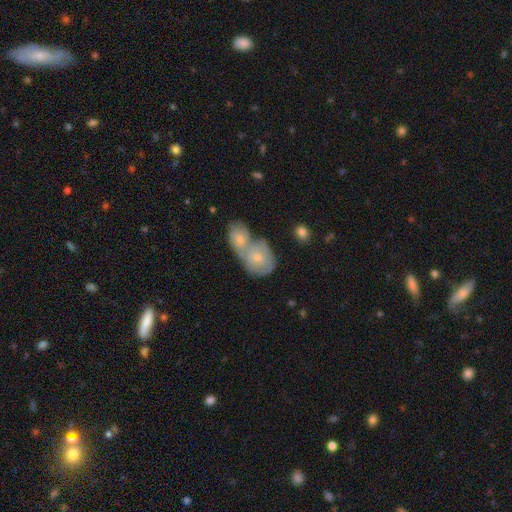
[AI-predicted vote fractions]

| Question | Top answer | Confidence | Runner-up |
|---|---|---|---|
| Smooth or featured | featured or disk | 52% | smooth (39%) |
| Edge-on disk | no | 95% | yes (5%) |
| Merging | merger | 66% | none (23%) |